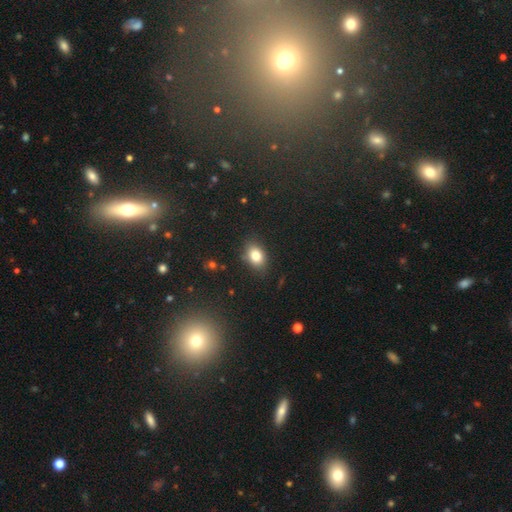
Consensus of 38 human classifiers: Volunteers were most divided on "merging": none: 75%, minor disturbance: 17%, merger: 6%, major disturbance: 3%. More confident: smooth or featured — smooth (89%); how rounded — in between (82%).